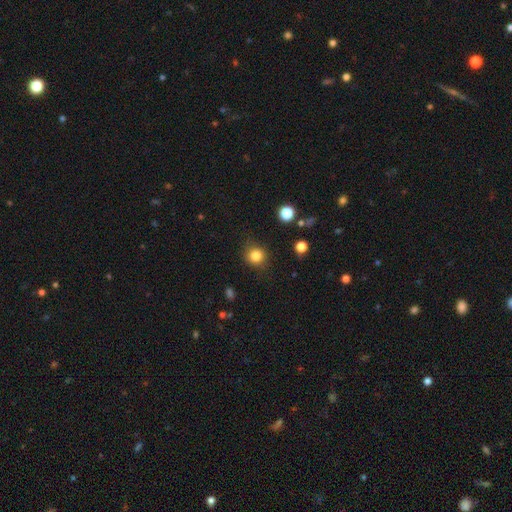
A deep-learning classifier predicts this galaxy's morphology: This appears to be a smooth galaxy with no disk features (83%) that is round (89%). Merging: none (83%).